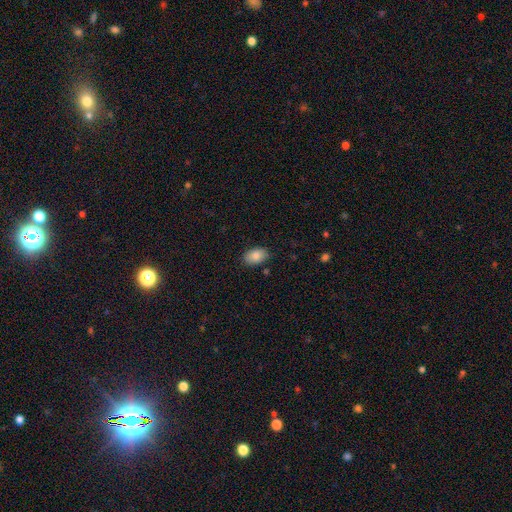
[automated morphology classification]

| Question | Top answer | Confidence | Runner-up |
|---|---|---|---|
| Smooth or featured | smooth | 85% | star or artifact (7%) |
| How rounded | in between | 90% | round (9%) |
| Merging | none | 84% | minor disturbance (12%) |